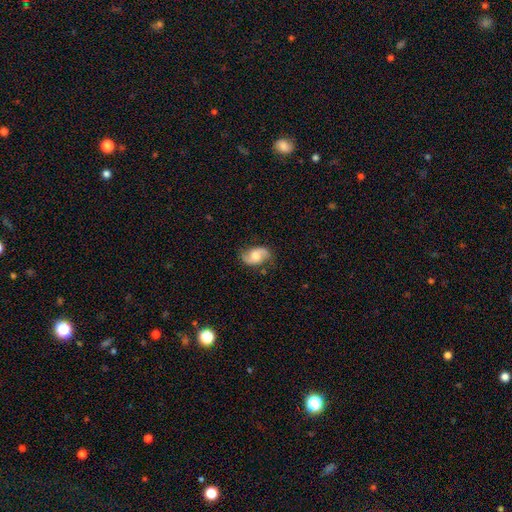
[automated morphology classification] A featured or disk galaxy (67%) with no bar (60%), 2 (91%) loose (51%) spiral arms (92%) and a moderate central bulge (54%).

Vote fractions:
- Smooth or featured? featured or disk: 67% / smooth: 26% / star or artifact: 7%
- Edge-on disk? no: 96% / yes: 4%
- Bar? no: 60% / weak: 33% / strong: 7%
- Spiral arms? yes: 92% / no: 8%
- Spiral winding? loose: 51% / medium: 37% / tight: 13%
- Spiral arm count? 2: 91% / can't tell: 4% / 1: 2% / 3: 1% / 4: 1% / more than 4: 1%
- Bulge size? moderate: 54% / large: 23% / small: 16% / none: 5% / dominant: 3%
- Merging? none: 75% / minor disturbance: 18% / major disturbance: 5% / merger: 2%